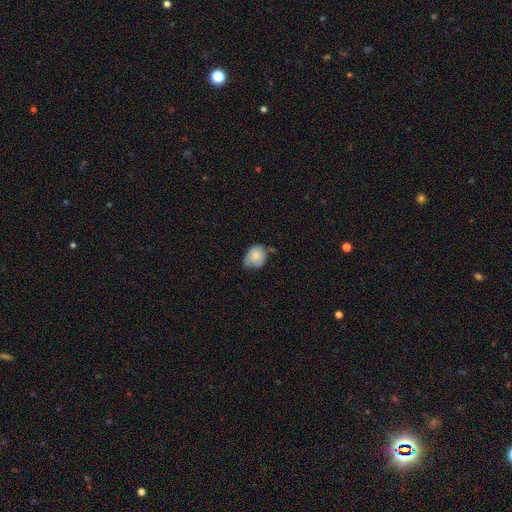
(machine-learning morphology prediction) Overall: smooth (76%). How rounded: round (55%; in between 44%). Merging: none (43%, tied with minor disturbance).